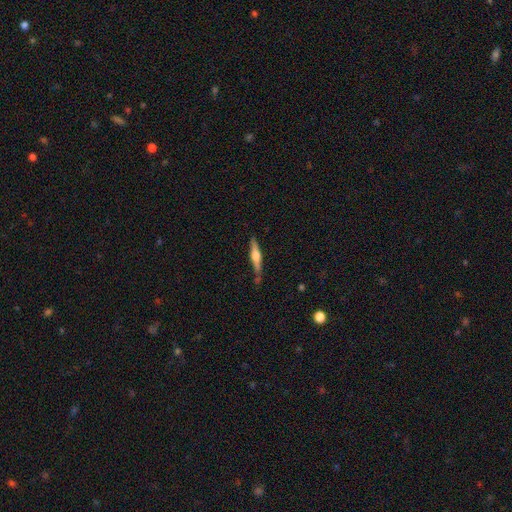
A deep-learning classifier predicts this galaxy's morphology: smooth-or-featured: featured or disk: 65% | smooth: 30% | star or artifact: 6%
  disk-edge-on: yes: 97% | no: 3%
    edge-on-bulge: rounded: 87% | boxy: 10% | none: 4%
  merging: none: 79% | minor disturbance: 14% | merger: 4% | major disturbance: 3%